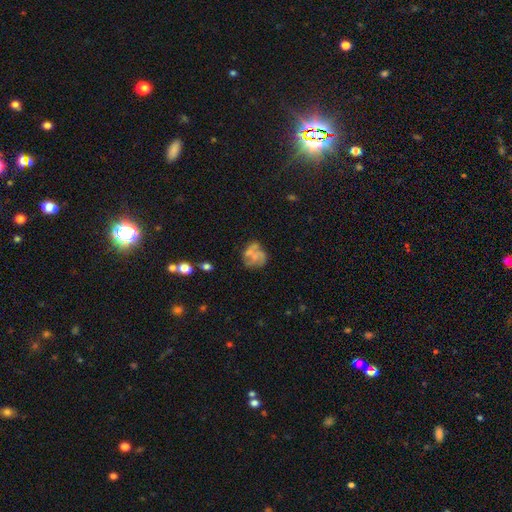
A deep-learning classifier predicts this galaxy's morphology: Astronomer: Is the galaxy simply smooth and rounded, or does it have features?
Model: featured or disk — 57% (runner-up: smooth, 34%).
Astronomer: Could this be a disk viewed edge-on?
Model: no — 98%.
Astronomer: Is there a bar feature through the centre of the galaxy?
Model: no — 83%.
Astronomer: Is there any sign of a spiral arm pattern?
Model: no — 50%, tied with yes at 50%.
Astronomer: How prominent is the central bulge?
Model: none — 47% (runner-up: small, 31%).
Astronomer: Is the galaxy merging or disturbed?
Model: none — 51%.